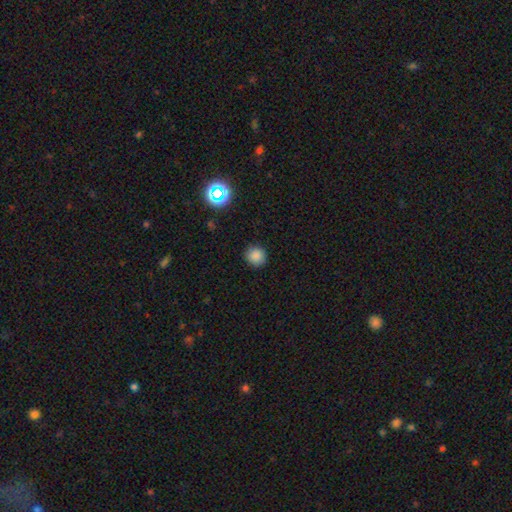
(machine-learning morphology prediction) Smooth or featured? smooth (84%)
How rounded? round (89%)
Merging? none (89%)